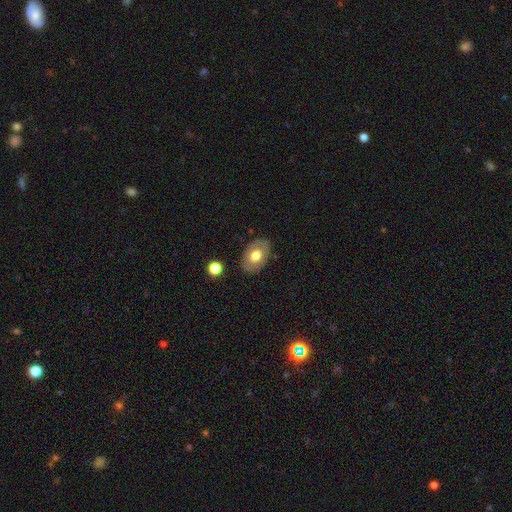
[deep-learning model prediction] A smooth galaxy with no disk features (60%) that is in between round and cigar-shaped (86%). Merging: none (83%).